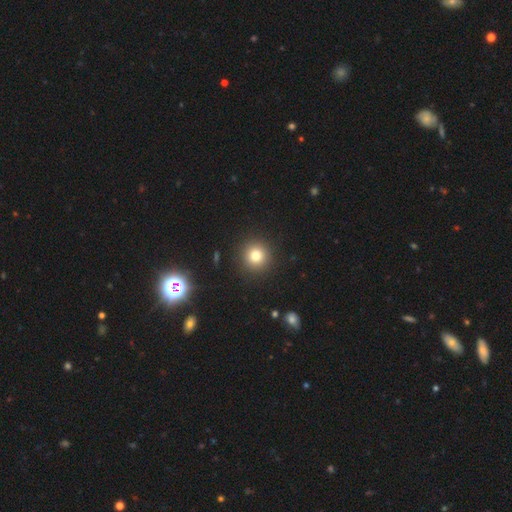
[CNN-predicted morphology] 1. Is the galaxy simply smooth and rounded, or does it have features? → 79% smooth, 13% star or artifact, 7% featured or disk.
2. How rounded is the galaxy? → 94% round, 5% in between, 1% cigar-shaped.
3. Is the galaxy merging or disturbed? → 91% none, 6% minor disturbance, 2% major disturbance, 1% merger.